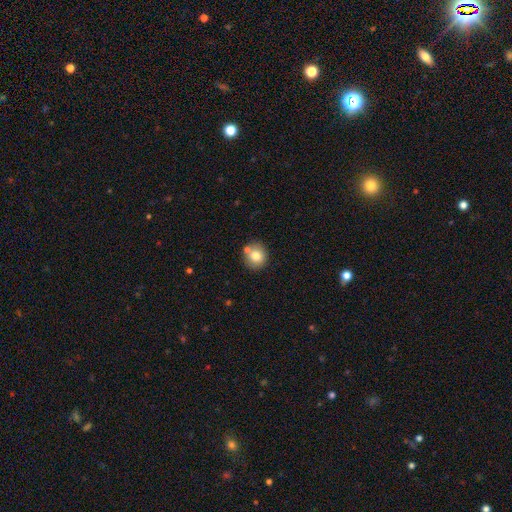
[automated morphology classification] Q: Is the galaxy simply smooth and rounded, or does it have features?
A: smooth — 78%.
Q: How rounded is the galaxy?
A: round — 86%.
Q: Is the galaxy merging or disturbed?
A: none — 72%.